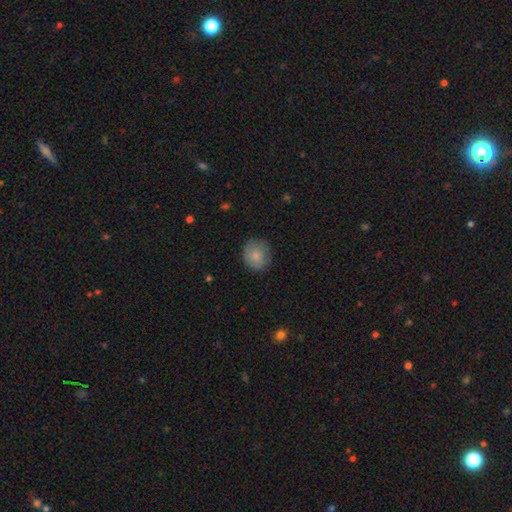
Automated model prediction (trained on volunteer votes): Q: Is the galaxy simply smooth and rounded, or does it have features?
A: smooth — 82%.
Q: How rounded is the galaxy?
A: round — 86%.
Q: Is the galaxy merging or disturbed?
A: none — 81%.